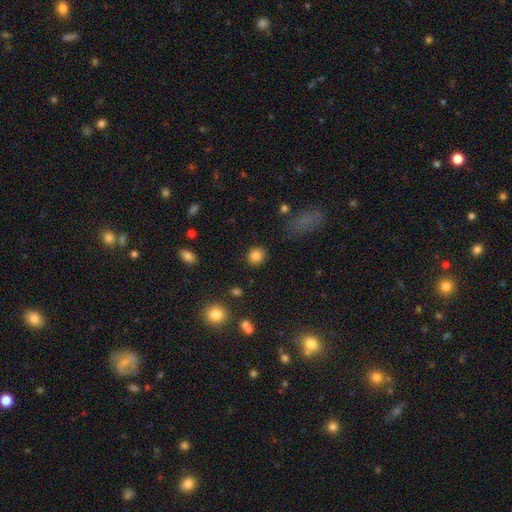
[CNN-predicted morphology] Smooth or featured? Predicted: smooth (p=0.84). How rounded? Predicted: round (p=0.75). Merging? Predicted: none (p=0.87).